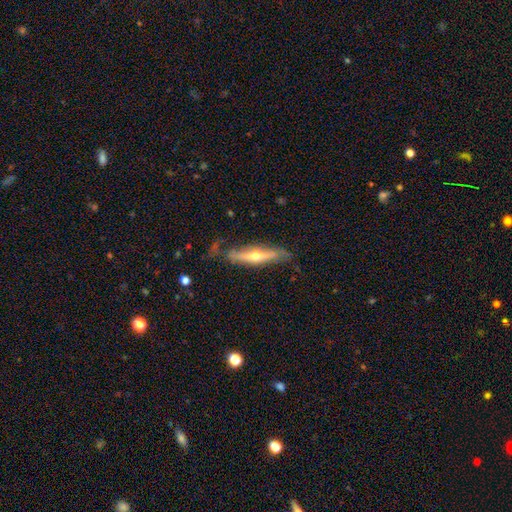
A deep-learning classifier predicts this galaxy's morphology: smooth_or_featured: featured or disk (p=0.64) [alt: smooth p=0.30]
disk_edge_on: yes (p=0.84) [alt: no p=0.16]
edge_on_bulge: rounded (p=0.87) [alt: none p=0.09]
merging: none (p=0.68) [alt: minor disturbance p=0.22]